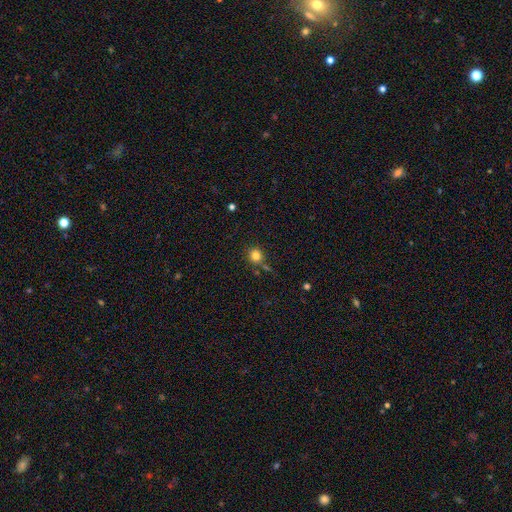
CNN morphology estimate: Smooth or featured?
  - smooth: 82% *
  - star or artifact: 12%
  - featured or disk: 6%
How rounded?
  - round: 89% *
  - in between: 10%
  - cigar-shaped: 1%
Merging?
  - none: 76% *
  - minor disturbance: 11%
  - merger: 9%
  - major disturbance: 3%